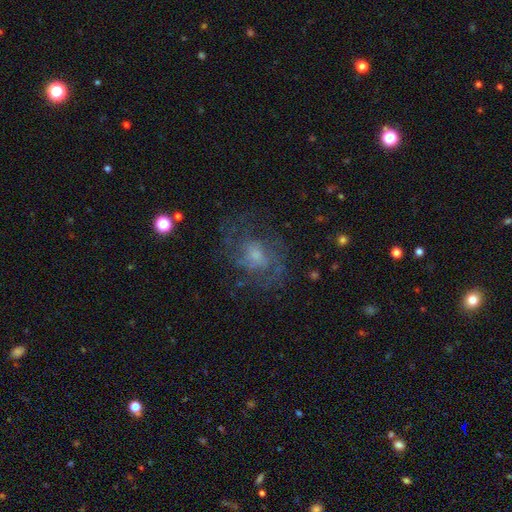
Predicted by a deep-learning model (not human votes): Overall: featured or disk (67%). Edge-on disk: no (97%). Bar: no (67%; weak 29%). Spiral arms: yes (78%). Spiral arm count: can't tell (42%; 2 23%). Spiral winding: medium (45%; tight 35%). Bulge size: small (46%; moderate 35%). Merging: none (62%).